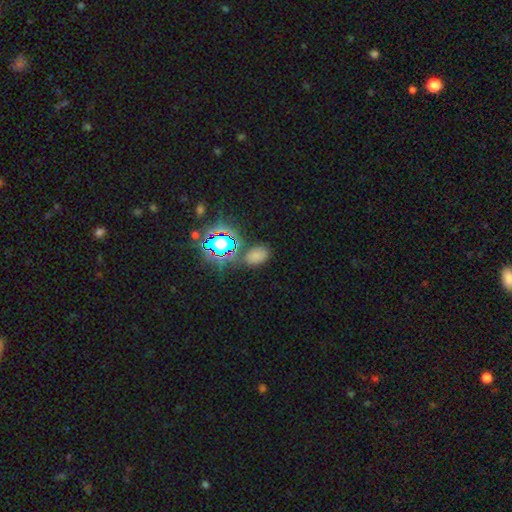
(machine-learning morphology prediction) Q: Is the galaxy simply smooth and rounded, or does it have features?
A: smooth — 59%.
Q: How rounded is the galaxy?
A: in between — 82%.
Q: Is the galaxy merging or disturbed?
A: none — 73%.